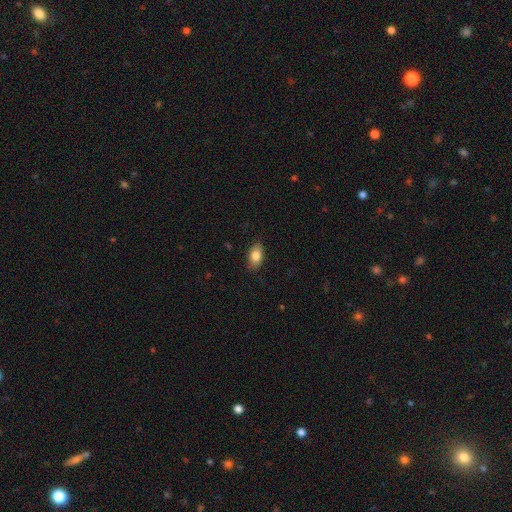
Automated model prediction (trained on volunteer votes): smooth 83%, featured or disk 10%, star or artifact 8%. Down the decision tree: how rounded — in between (90%); merging — none (86%).